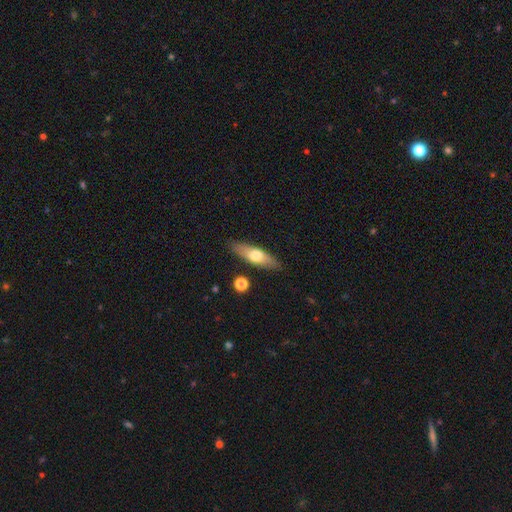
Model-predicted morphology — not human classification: Smooth or featured? smooth (56%)
How rounded? cigar-shaped (52%)
Merging? none (86%)